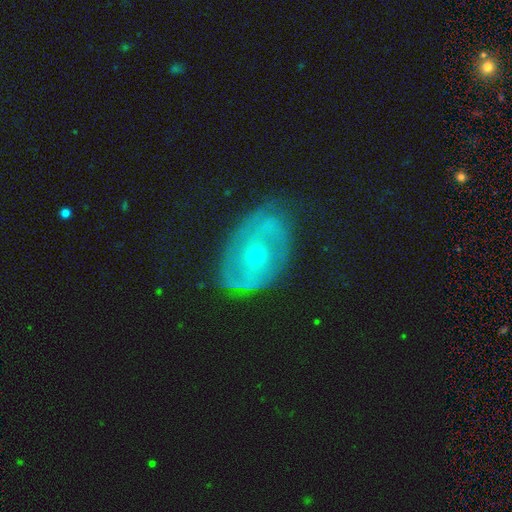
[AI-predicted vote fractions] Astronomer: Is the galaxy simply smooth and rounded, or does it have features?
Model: featured or disk — 72%.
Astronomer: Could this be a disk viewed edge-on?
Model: no — 94%.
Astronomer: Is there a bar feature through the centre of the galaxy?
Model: no — 66%.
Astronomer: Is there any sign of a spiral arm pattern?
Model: yes — 69%.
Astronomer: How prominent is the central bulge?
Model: small — 63%.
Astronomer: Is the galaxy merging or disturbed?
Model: none — 66%.